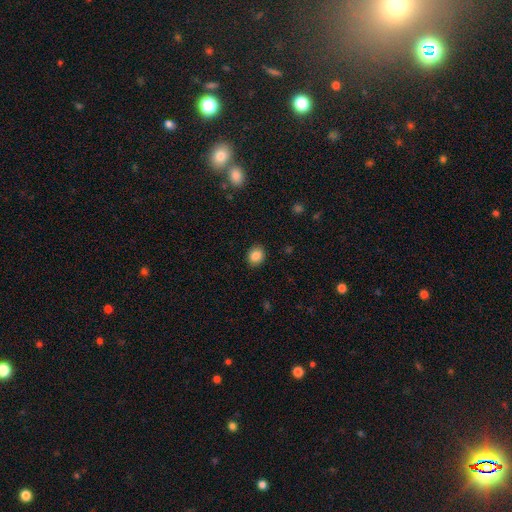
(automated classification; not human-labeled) This appears to be a smooth galaxy with no disk features (86%) that is round (59%). Merging: none (89%).